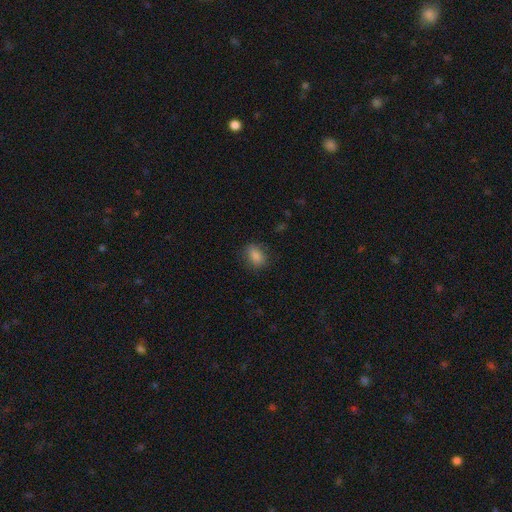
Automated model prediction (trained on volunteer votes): This appears to be a smooth galaxy with no disk features (85%) that is in between round and cigar-shaped (77%). Merging: none (80%).